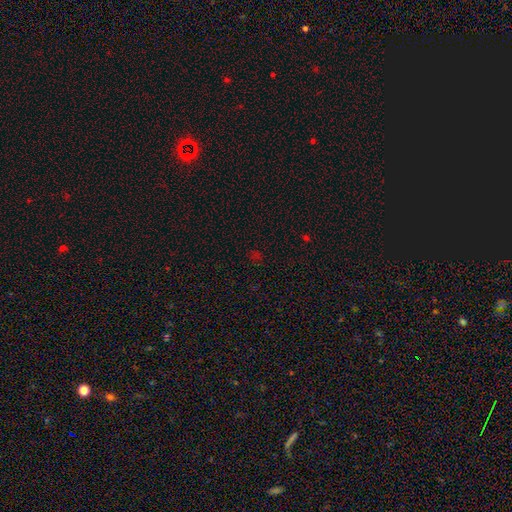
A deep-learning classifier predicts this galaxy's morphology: smooth-or-featured: star or artifact: 55% | smooth: 38% | featured or disk: 6%